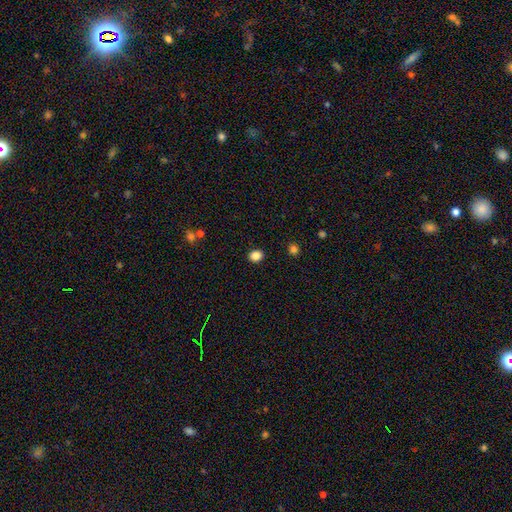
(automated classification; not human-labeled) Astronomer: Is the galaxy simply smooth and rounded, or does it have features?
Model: smooth — 86%.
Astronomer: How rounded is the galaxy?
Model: round — 65%.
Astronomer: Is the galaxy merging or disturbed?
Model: none — 91%.